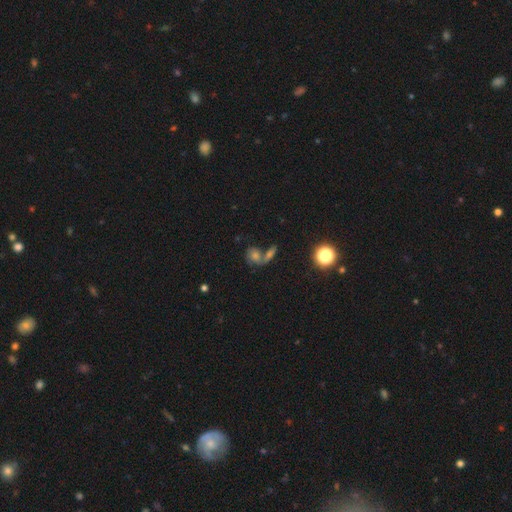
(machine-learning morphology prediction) type=smooth (47%); merging=merger (50%).